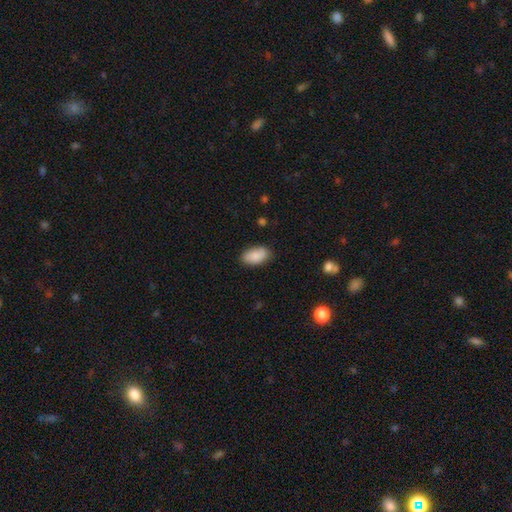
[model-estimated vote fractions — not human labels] This appears to be a smooth galaxy with no disk features (87%) that is in between round and cigar-shaped (94%). Merging: none (83%).